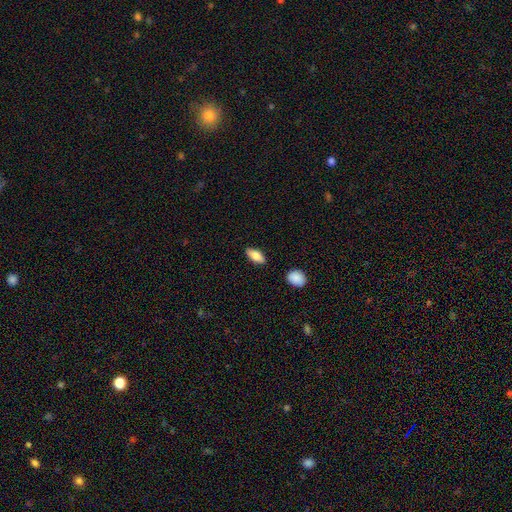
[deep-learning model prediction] A smooth galaxy with no disk features (80%) that is in between round and cigar-shaped (87%).

Vote fractions:
- Smooth or featured? smooth: 80% / featured or disk: 14% / star or artifact: 6%
- How rounded? in between: 87% / cigar-shaped: 11% / round: 3%
- Merging? none: 86% / minor disturbance: 10% / merger: 2% / major disturbance: 2%